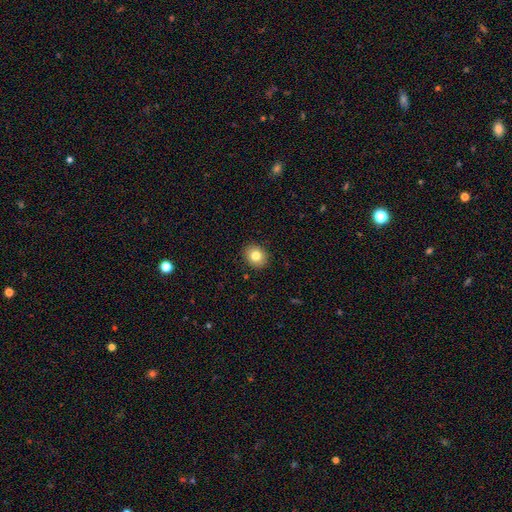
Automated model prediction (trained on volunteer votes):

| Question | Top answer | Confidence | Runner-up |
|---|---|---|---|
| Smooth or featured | smooth | 81% | star or artifact (10%) |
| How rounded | round | 67% | in between (32%) |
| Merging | none | 91% | minor disturbance (7%) |